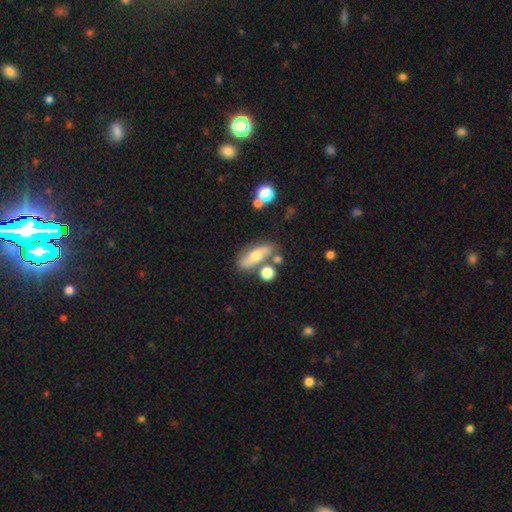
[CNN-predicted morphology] smooth 48%, featured or disk 43%, star or artifact 8%. Down the decision tree: merging — none (66%).